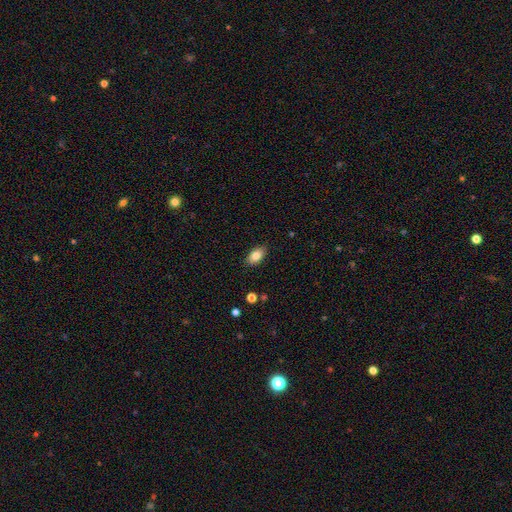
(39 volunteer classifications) This appears to be a smooth galaxy with no disk features (85%) that is in between round and cigar-shaped (85%). Merging: none (83%).